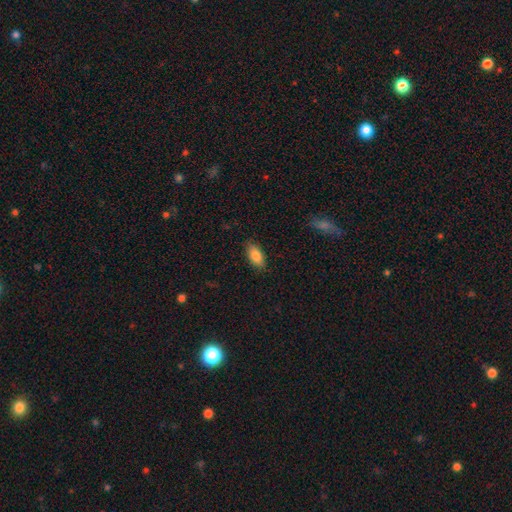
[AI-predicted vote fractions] The model was most divided on "smooth or featured": smooth: 85%, featured or disk: 8%, star or artifact: 7%. More confident: how rounded — in between (89%); merging — none (87%).